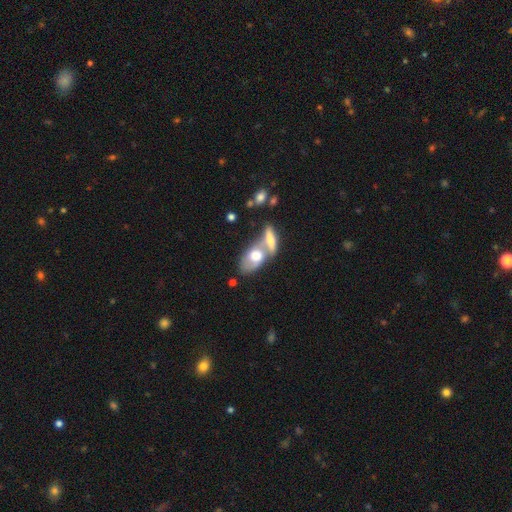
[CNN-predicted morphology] smooth 55%, featured or disk 39%, star or artifact 7%. Down the decision tree: how rounded — in between (86%); merging — merger (59%).